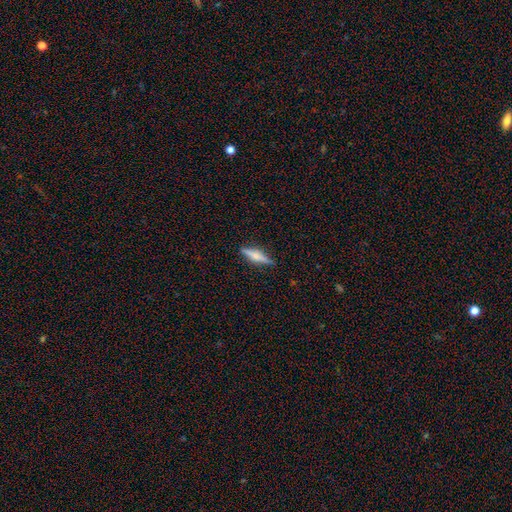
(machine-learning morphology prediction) type=featured or disk (50%); edge-on=yes (97%); merging=none (88%).